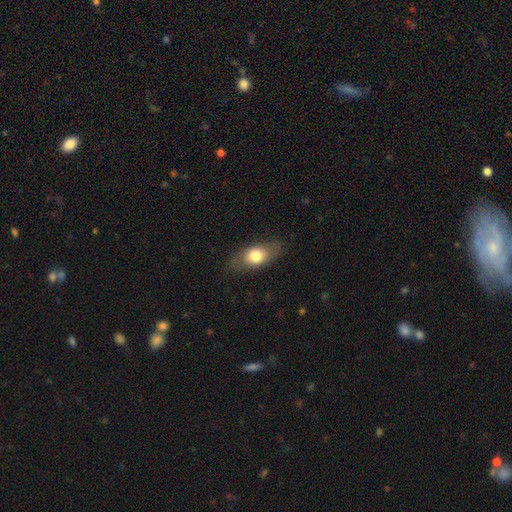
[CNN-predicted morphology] A smooth galaxy with no disk features (71%) that is in between round and cigar-shaped (79%). Merging: none (80%).